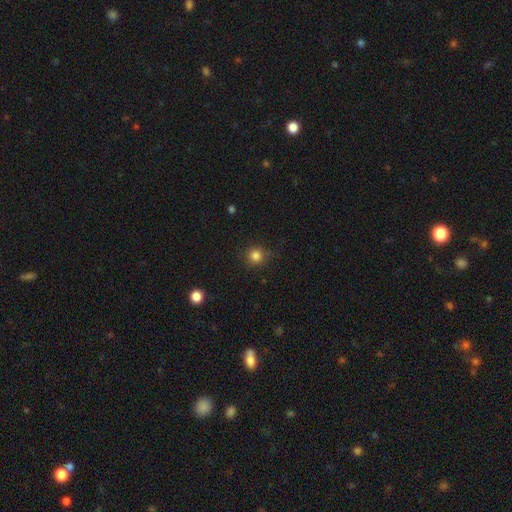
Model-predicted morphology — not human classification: Smooth or featured: smooth — 83% (star or artifact — 13%)
How rounded: round — 93% (in between — 6%)
Merging: none — 86% (minor disturbance — 10%)